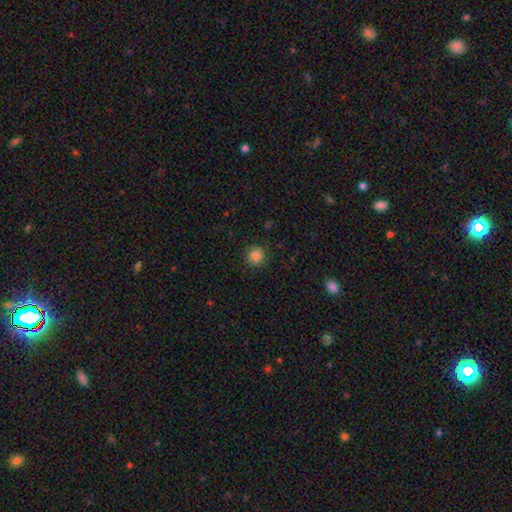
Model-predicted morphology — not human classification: The model was most divided on "smooth or featured": smooth: 83%, star or artifact: 11%, featured or disk: 6%. More confident: how rounded — round (92%); merging — none (86%).